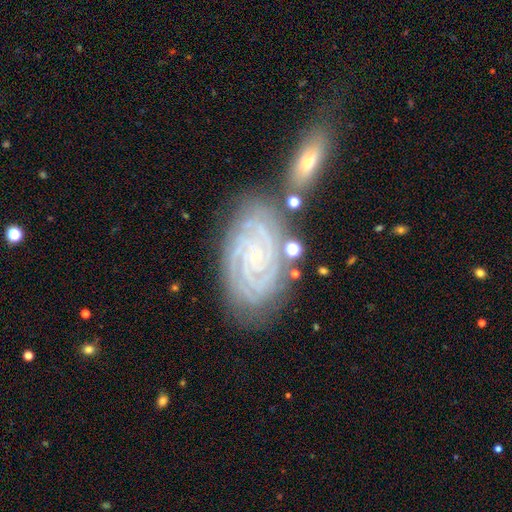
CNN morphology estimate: featured or disk 89%, star or artifact 6%, smooth 5%. Down the decision tree: edge-on disk — no (97%); bar — no (65%); spiral arms — yes (99%); spiral arm count — 2 (32%); spiral winding — tight (85%); bulge size — small (79%); merging — none (77%).